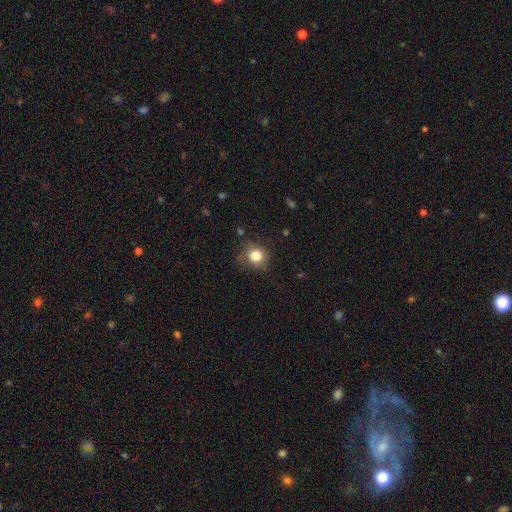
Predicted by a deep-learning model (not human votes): This appears to be a smooth galaxy with no disk features (83%) that is round (87%). Merging: none (74%).